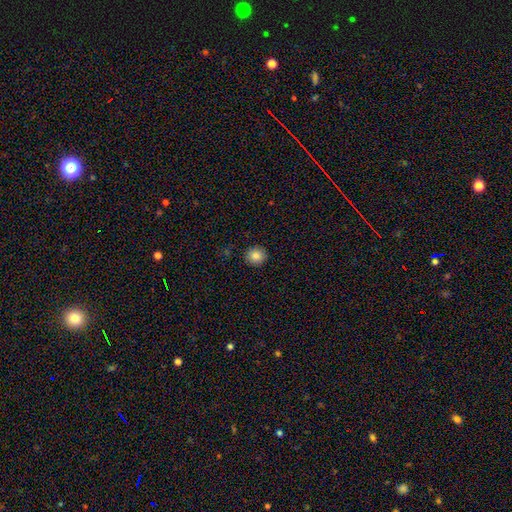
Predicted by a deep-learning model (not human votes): Smooth or featured? smooth (84%)
How rounded? round (90%)
Merging? none (91%)